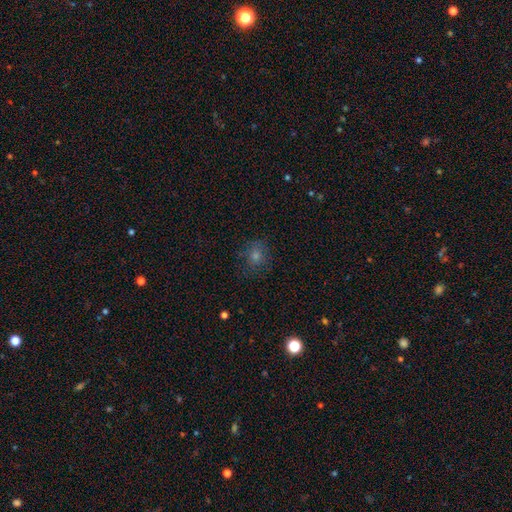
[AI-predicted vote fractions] Overall: smooth (56%; star or artifact 28%). How rounded: round (80%). Merging: none (79%).